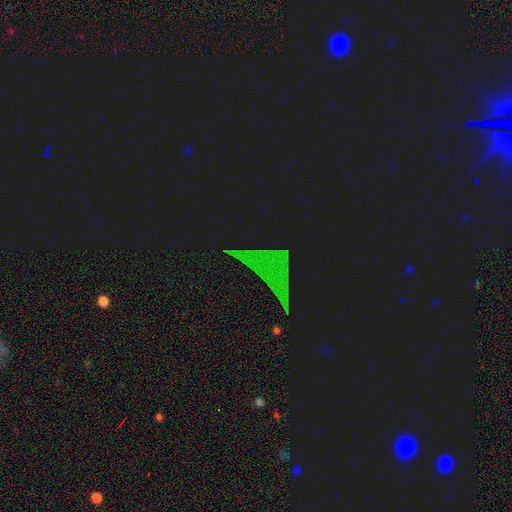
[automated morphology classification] smooth_or_featured: star or artifact (p=0.78) [alt: smooth p=0.12]